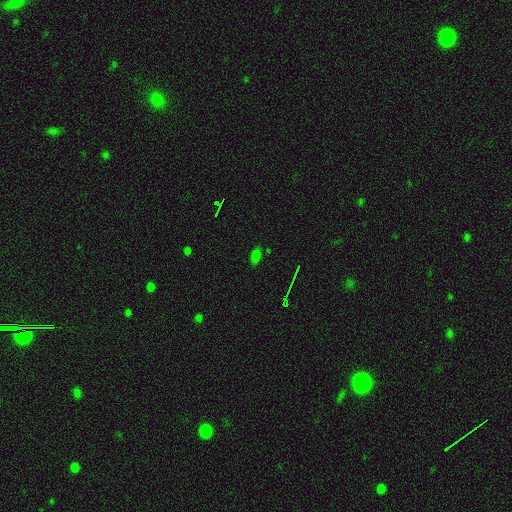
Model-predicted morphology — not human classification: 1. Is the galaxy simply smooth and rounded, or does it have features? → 62% smooth, 30% star or artifact, 8% featured or disk.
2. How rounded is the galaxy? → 87% in between, 8% round, 5% cigar-shaped.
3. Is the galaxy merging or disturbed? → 81% none, 13% minor disturbance, 3% major disturbance, 2% merger.